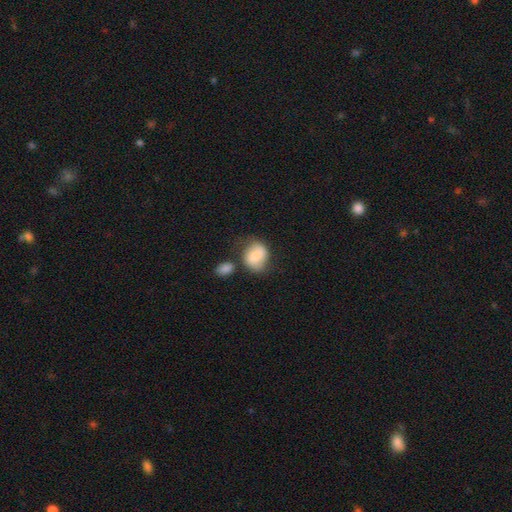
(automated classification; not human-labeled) Smooth or featured: smooth — 71% (featured or disk — 21%)
How rounded: in between — 54% (round — 44%)
Merging: none — 50% (minor disturbance — 23%)